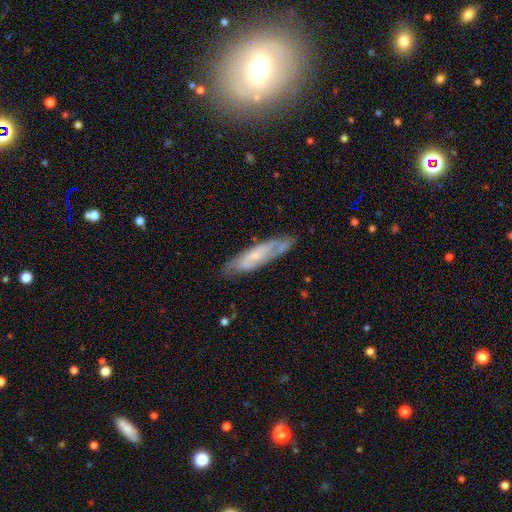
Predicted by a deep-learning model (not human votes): smooth-or-featured: featured or disk: 65% | smooth: 29% | star or artifact: 7%
  disk-edge-on: no: 68% | yes: 32%
  merging: none: 74% | minor disturbance: 19% | major disturbance: 5% | merger: 2%